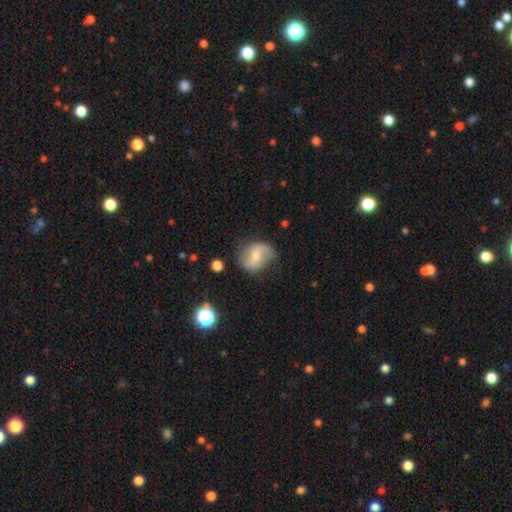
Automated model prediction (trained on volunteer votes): Smooth or featured: featured or disk — 58% (smooth — 34%)
Edge-on disk: no — 97% (yes — 3%)
Bar: weak — 46% (no — 37%)
Spiral arms: yes — 83% (no — 17%)
Bulge size: moderate — 54% (small — 36%)
Merging: none — 66% (minor disturbance — 24%)